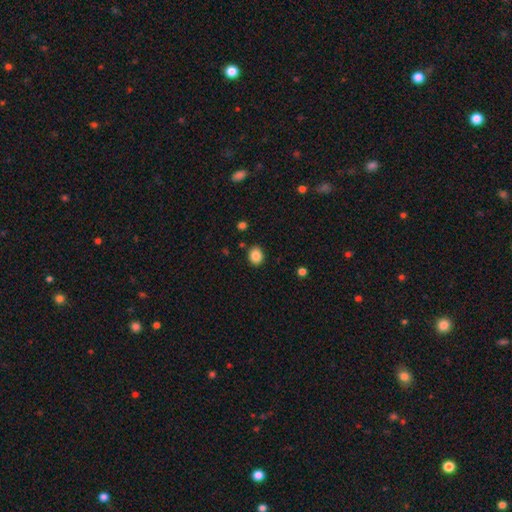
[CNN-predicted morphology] Q: Smooth or featured?
A: smooth (86%); runner-up: star or artifact (10%)
Q: How rounded?
A: round (63%); runner-up: in between (37%)
Q: Merging?
A: none (87%); runner-up: minor disturbance (9%)